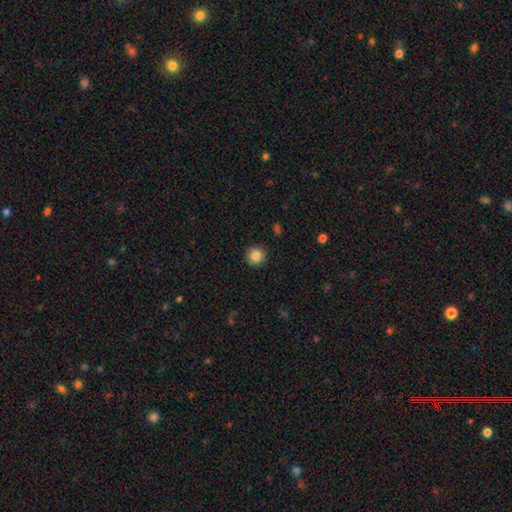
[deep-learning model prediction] Morphology: type=smooth (85%); roundness=round (95%); merging=none (92%).